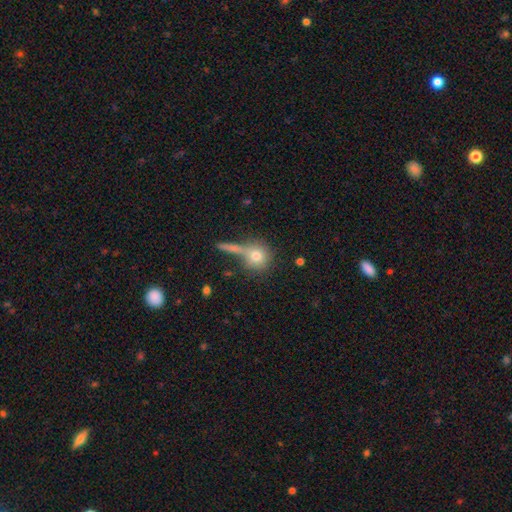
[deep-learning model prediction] A smooth galaxy with no disk features (74%) that is round (86%). Merging: none (55%).